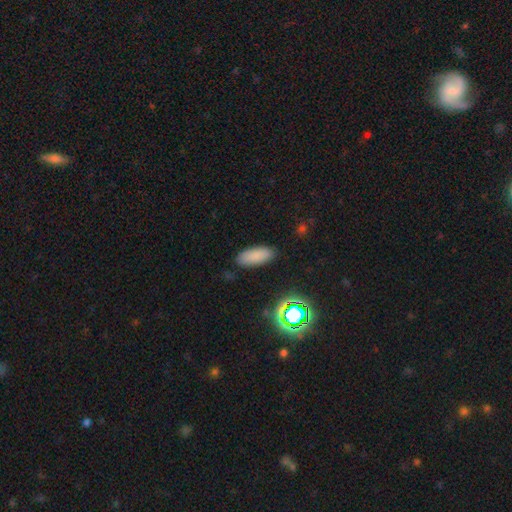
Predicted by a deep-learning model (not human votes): smooth_or_featured: smooth (p=0.82) [alt: star or artifact p=0.11]
how_rounded: in between (p=0.78) [alt: cigar-shaped p=0.20]
merging: none (p=0.86) [alt: minor disturbance p=0.10]